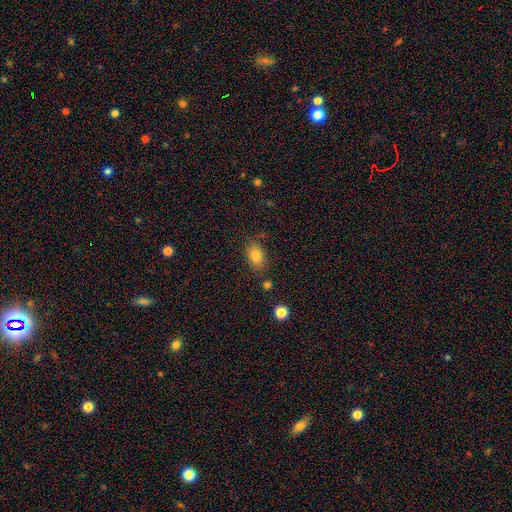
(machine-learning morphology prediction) Q: Smooth or featured?
A: smooth (82%); runner-up: star or artifact (10%)
Q: How rounded?
A: in between (84%); runner-up: round (14%)
Q: Merging?
A: none (77%); runner-up: minor disturbance (15%)